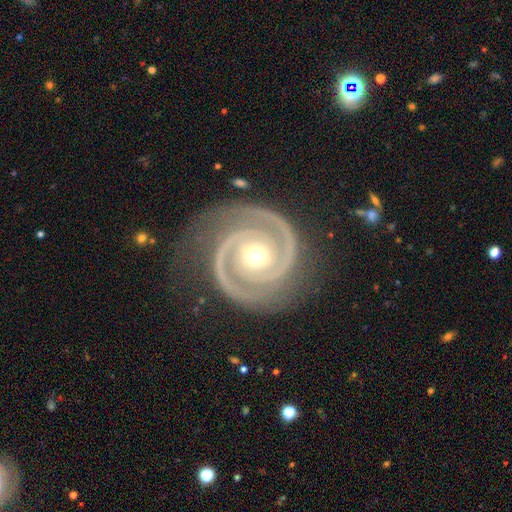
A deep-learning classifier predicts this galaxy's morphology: Smooth or featured?
  - featured or disk: 94% *
  - star or artifact: 4%
  - smooth: 2%
Edge-on disk?
  - no: 98% *
  - yes: 2%
Bar?
  - no: 65% *
  - weak: 21%
  - strong: 14%
Spiral arms?
  - yes: 99% *
  - no: 1%
Spiral winding?
  - tight: 68% *
  - medium: 28%
  - loose: 4%
Spiral arm count?
  - 2: 93% *
  - 3: 2%
  - can't tell: 1%
  - 1: 1%
  - 4: 1%
  - more than 4: 1%
Bulge size?
  - moderate: 71% *
  - small: 24%
  - large: 4%
  - dominant: 1%
  - none: 1%
Merging?
  - none: 82% *
  - minor disturbance: 12%
  - major disturbance: 4%
  - merger: 2%